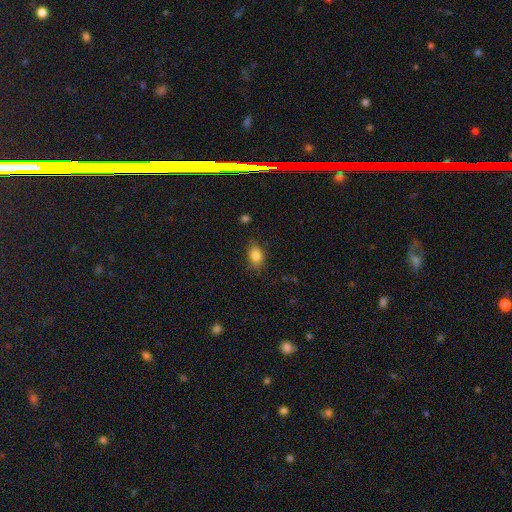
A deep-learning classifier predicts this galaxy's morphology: type=smooth (84%); roundness=in between (77%); merging=none (76%).